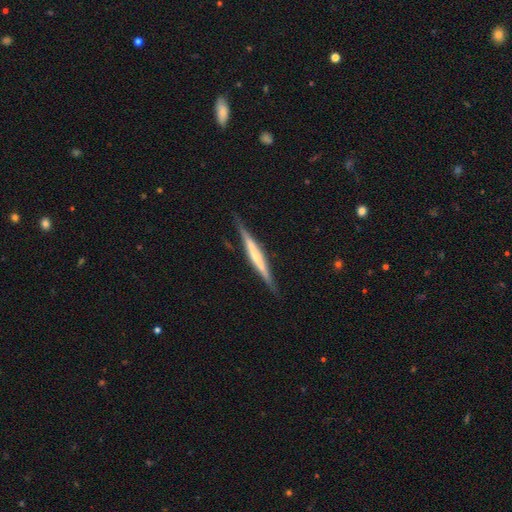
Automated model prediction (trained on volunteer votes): Smooth or featured?
  - featured or disk: 64% *
  - smooth: 30%
  - star or artifact: 5%
Edge-on disk?
  - yes: 97% *
  - no: 3%
Edge-on bulge?
  - none: 58% *
  - rounded: 23%
  - boxy: 19%
Merging?
  - none: 86% *
  - minor disturbance: 10%
  - major disturbance: 2%
  - merger: 1%